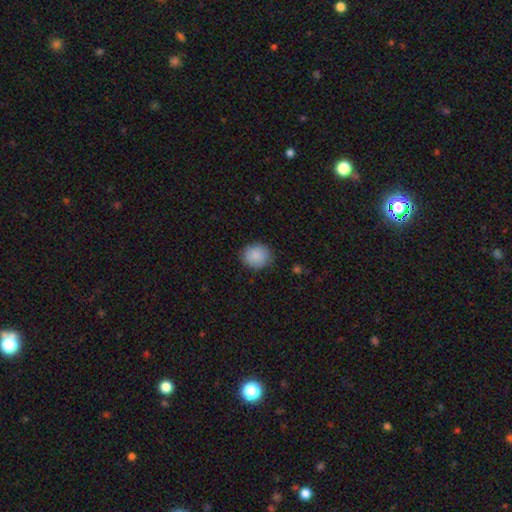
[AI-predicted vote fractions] Smooth or featured? smooth (88%)
How rounded? round (82%)
Merging? none (86%)